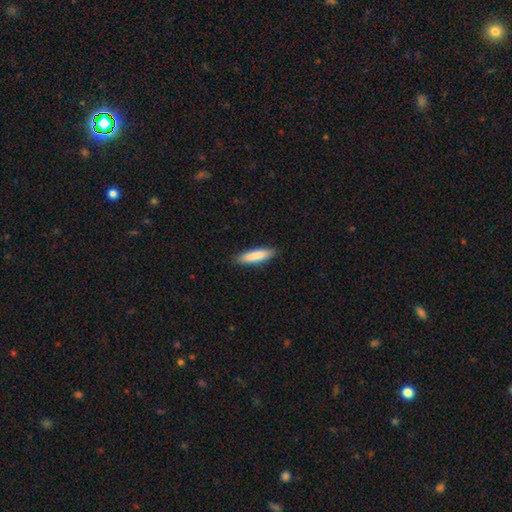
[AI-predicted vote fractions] Smooth or featured?
  - smooth: 86% *
  - featured or disk: 9%
  - star or artifact: 5%
How rounded?
  - cigar-shaped: 73% *
  - in between: 26%
  - round: 1%
Merging?
  - none: 89% *
  - minor disturbance: 8%
  - major disturbance: 2%
  - merger: 1%